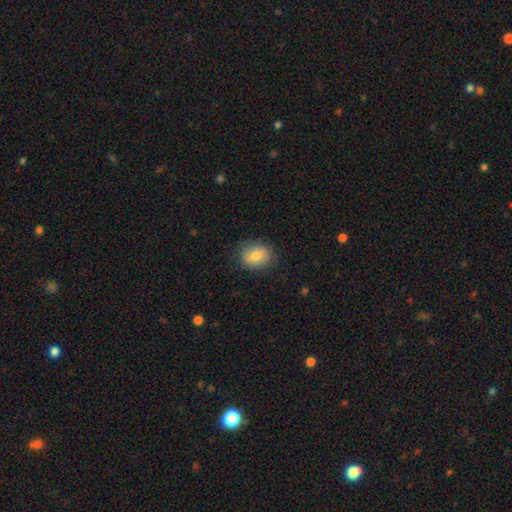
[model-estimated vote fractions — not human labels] smooth-or-featured: smooth: 73% | featured or disk: 19% | star or artifact: 8%
  how-rounded: round: 52% | in between: 47% | cigar-shaped: 1%
  merging: none: 84% | minor disturbance: 12% | major disturbance: 3% | merger: 1%